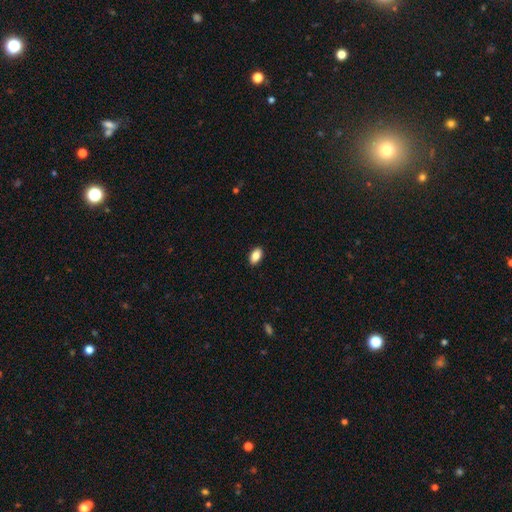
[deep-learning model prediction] smooth 87%, star or artifact 7%, featured or disk 6%. Down the decision tree: how rounded — in between (92%); merging — none (90%).